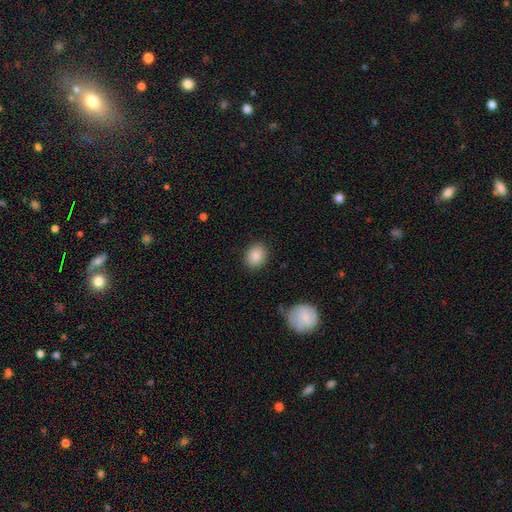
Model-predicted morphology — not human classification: type=smooth (86%); roundness=round (52%); merging=none (88%).